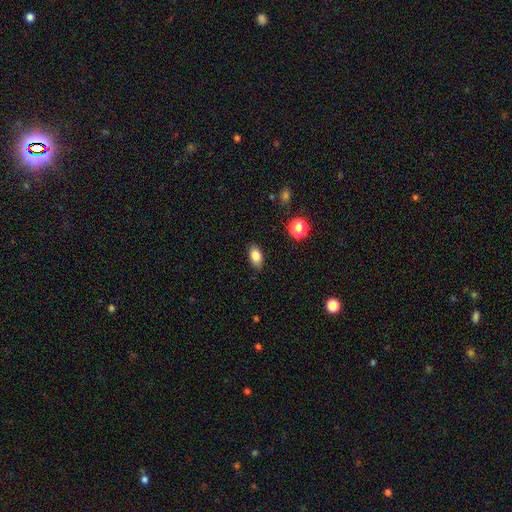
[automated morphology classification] This appears to be a smooth galaxy with no disk features (83%) that is in between round and cigar-shaped (88%). Merging: none (87%).